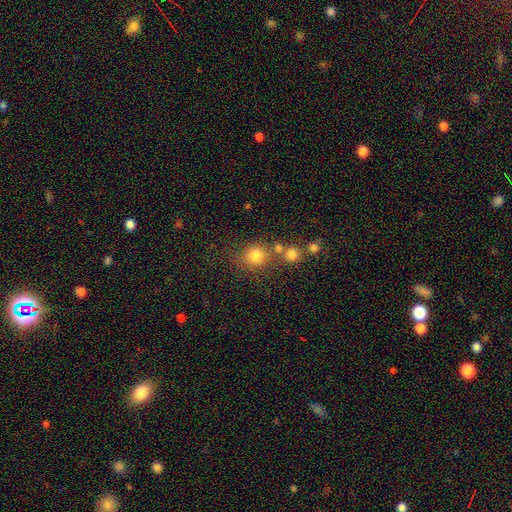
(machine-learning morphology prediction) smooth-or-featured: smooth: 78% | star or artifact: 14% | featured or disk: 8%
  how-rounded: round: 86% | in between: 13% | cigar-shaped: 1%
  merging: none: 65% | merger: 18% | minor disturbance: 11% | major disturbance: 5%